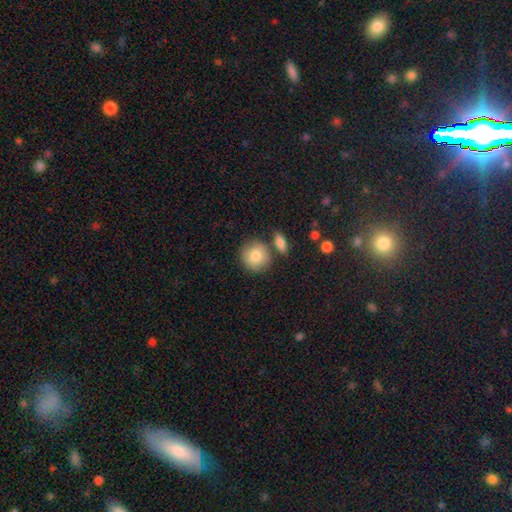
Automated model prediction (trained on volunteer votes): Smooth or featured: smooth — 82% (featured or disk — 11%)
How rounded: round — 90% (in between — 9%)
Merging: none — 71% (merger — 15%)